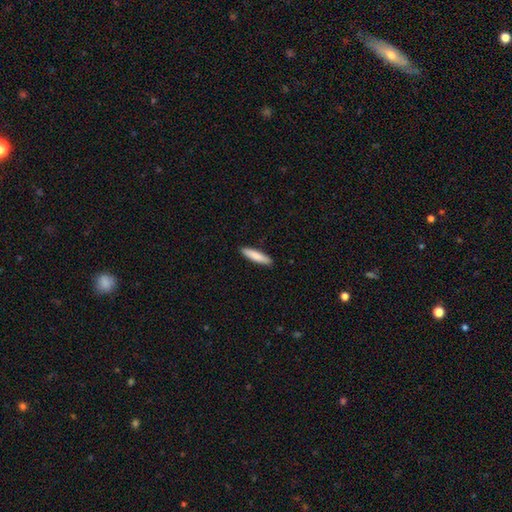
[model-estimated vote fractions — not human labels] Q: Smooth or featured?
A: smooth (84%); runner-up: featured or disk (11%)
Q: How rounded?
A: cigar-shaped (82%); runner-up: in between (16%)
Q: Merging?
A: none (91%); runner-up: minor disturbance (7%)